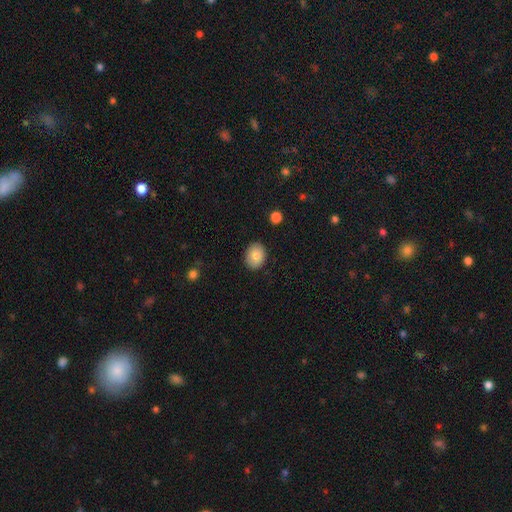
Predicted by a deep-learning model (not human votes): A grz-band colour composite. It shows a smooth galaxy with no disk features (87%) that is in between round and cigar-shaped (61%). Merging: none (88%).